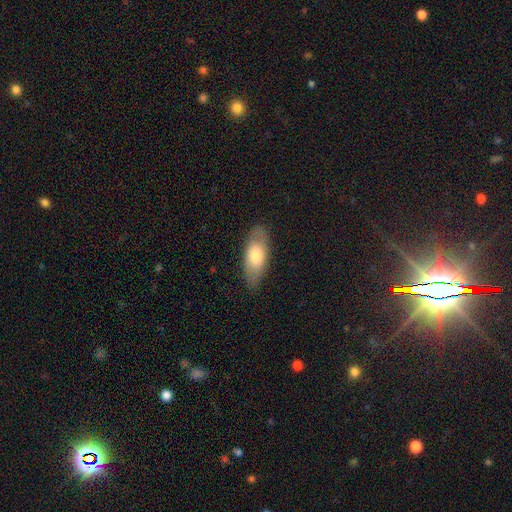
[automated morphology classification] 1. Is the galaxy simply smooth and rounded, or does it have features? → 65% smooth, 30% featured or disk, 6% star or artifact.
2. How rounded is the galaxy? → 84% in between, 13% cigar-shaped, 3% round.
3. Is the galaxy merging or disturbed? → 82% none, 13% minor disturbance, 3% major disturbance, 1% merger.